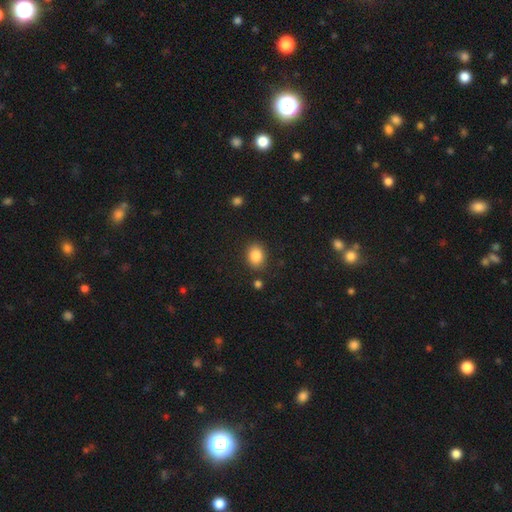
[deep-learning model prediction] smooth_or_featured: smooth (p=0.86) [alt: star or artifact p=0.09]
how_rounded: in between (p=0.54) [alt: round p=0.45]
merging: none (p=0.84) [alt: minor disturbance p=0.10]